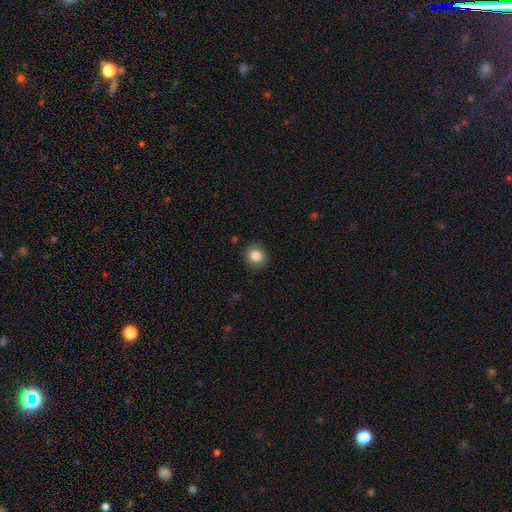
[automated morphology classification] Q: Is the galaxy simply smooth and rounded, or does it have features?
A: smooth — 83%.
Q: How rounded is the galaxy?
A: round — 86%.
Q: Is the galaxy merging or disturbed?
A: none — 89%.